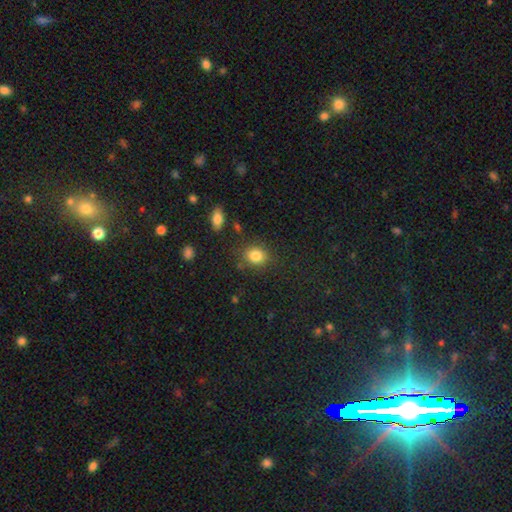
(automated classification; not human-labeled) Overall: smooth (83%). How rounded: round (60%; in between 39%). Merging: none (80%).